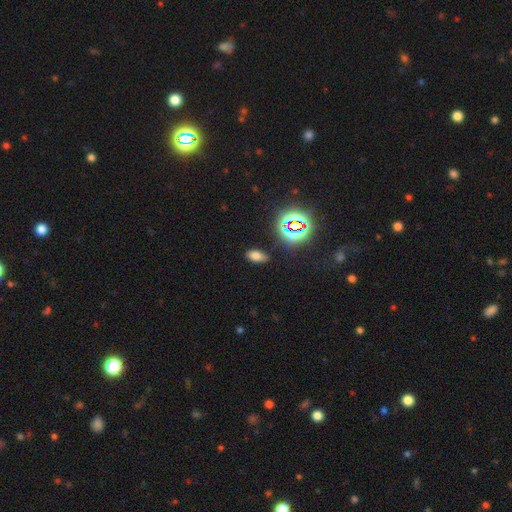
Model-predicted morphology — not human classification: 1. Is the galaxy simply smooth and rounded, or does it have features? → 65% smooth, 26% star or artifact, 9% featured or disk.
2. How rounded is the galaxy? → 90% in between, 6% round, 4% cigar-shaped.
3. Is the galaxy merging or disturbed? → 83% none, 11% minor disturbance, 3% major disturbance, 2% merger.